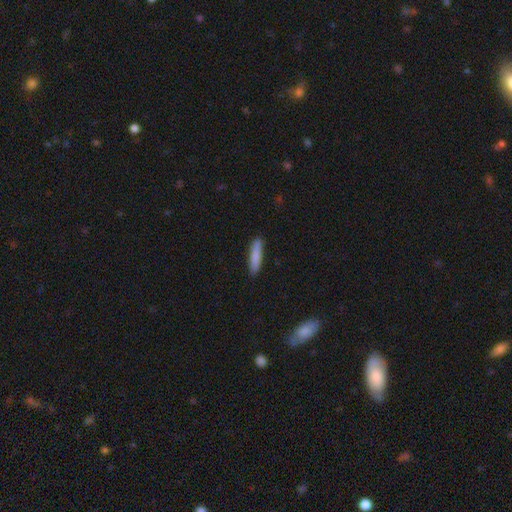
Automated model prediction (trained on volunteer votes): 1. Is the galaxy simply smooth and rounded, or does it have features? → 85% smooth, 9% featured or disk, 6% star or artifact.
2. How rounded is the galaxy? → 84% cigar-shaped, 15% in between, 1% round.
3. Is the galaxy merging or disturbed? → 88% none, 9% minor disturbance, 2% major disturbance, 1% merger.